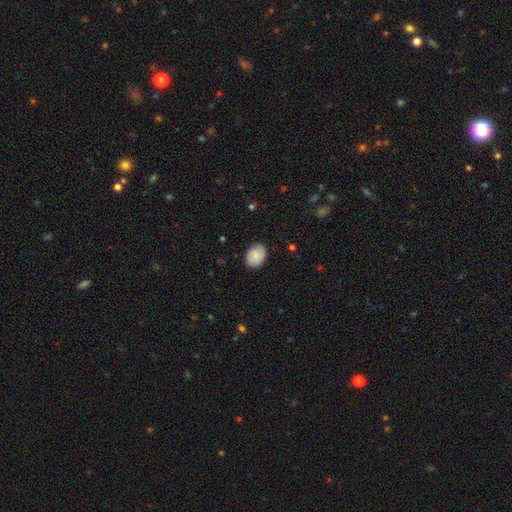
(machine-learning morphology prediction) Smooth or featured: smooth — 83% (featured or disk — 10%)
How rounded: in between — 74% (round — 25%)
Merging: none — 81% (minor disturbance — 15%)